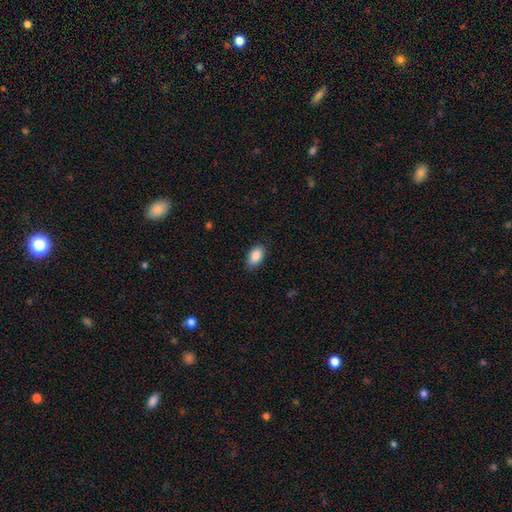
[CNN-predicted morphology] Smooth or featured: smooth — 89% (star or artifact — 7%)
How rounded: in between — 93% (round — 5%)
Merging: none — 85% (minor disturbance — 11%)